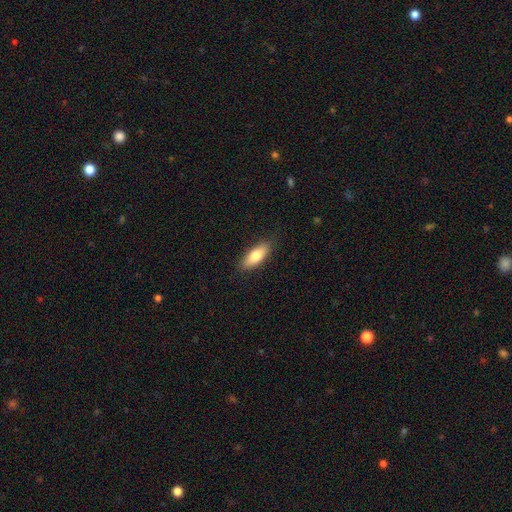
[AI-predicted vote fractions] Morphology: type=smooth (76%); roundness=in between (73%); merging=none (87%).